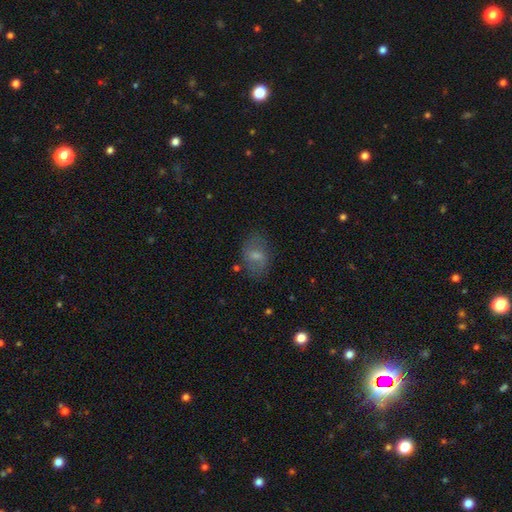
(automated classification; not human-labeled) The model was most divided on "smooth or featured": smooth: 51%, featured or disk: 34%, star or artifact: 15%. More confident: how rounded — in between (77%); merging — none (74%).